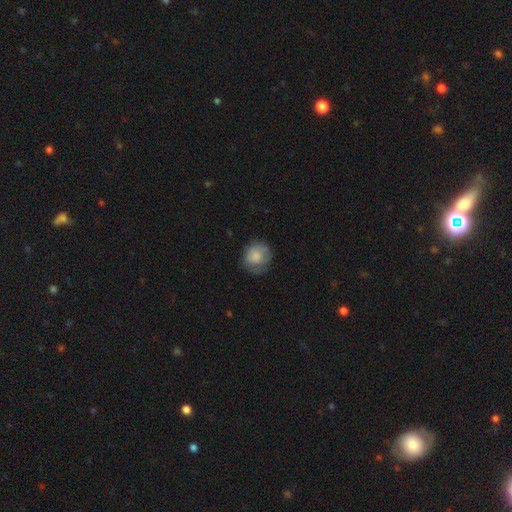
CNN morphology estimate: Smooth or featured? smooth (73%)
How rounded? round (82%)
Merging? none (61%)